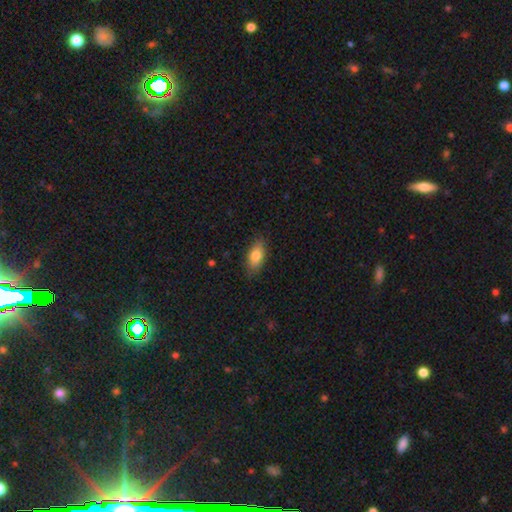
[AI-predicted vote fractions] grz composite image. It shows a smooth galaxy with no disk features (80%) that is in between round and cigar-shaped (88%). Merging: none (83%).